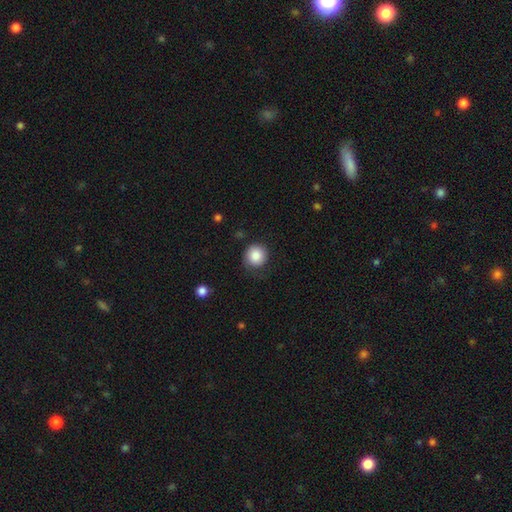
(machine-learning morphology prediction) type=smooth (85%); roundness=round (92%); merging=none (76%).